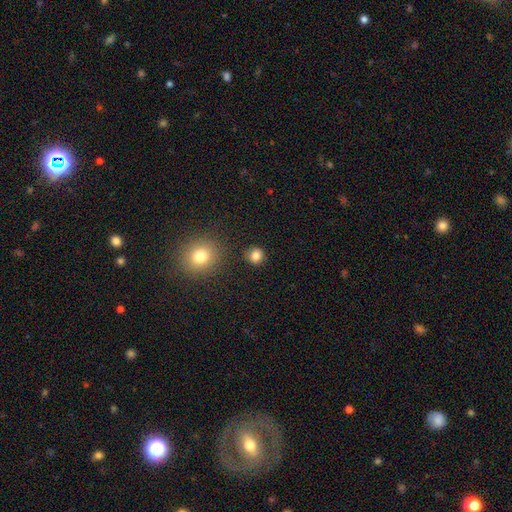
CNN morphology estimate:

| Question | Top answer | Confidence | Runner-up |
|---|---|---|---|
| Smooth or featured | smooth | 83% | star or artifact (12%) |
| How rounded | round | 91% | in between (8%) |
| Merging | none | 89% | minor disturbance (6%) |